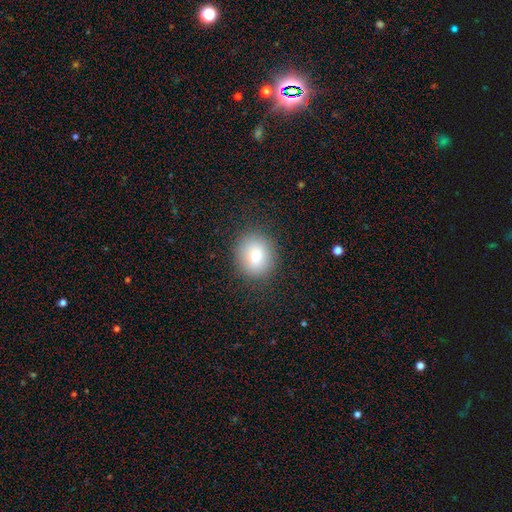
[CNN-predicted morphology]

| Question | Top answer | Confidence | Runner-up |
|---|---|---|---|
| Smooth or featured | smooth | 78% | featured or disk (12%) |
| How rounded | round | 76% | in between (23%) |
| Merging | none | 88% | minor disturbance (8%) |